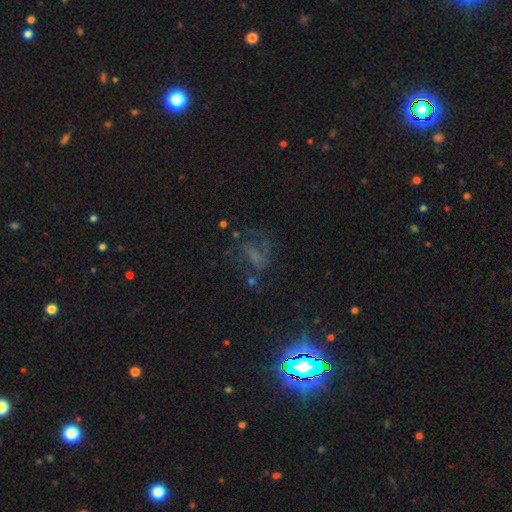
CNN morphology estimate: Q: Smooth or featured?
A: featured or disk (42%); runner-up: star or artifact (29%)
Q: Merging?
A: none (41%); runner-up: major disturbance (35%)